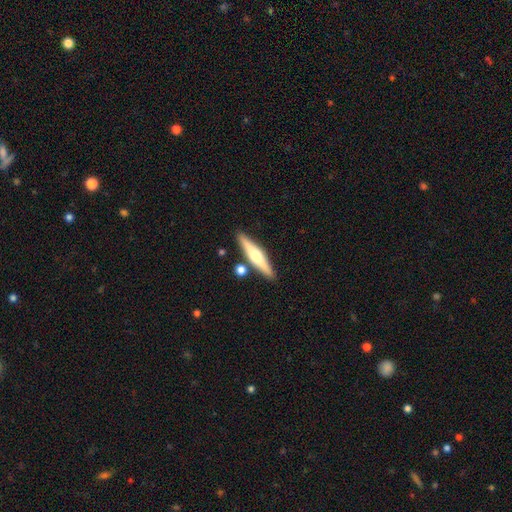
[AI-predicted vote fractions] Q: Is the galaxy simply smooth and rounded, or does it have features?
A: featured or disk — 57%.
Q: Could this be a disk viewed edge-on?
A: yes — 96%.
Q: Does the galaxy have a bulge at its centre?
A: rounded — 91%.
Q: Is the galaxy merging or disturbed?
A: none — 84%.